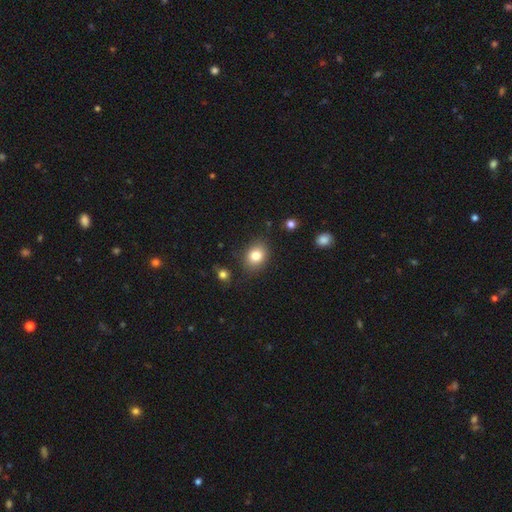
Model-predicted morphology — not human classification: smooth_or_featured: smooth (p=0.81) [alt: star or artifact p=0.10]
how_rounded: in between (p=0.53) [alt: round p=0.46]
merging: none (p=0.83) [alt: minor disturbance p=0.12]